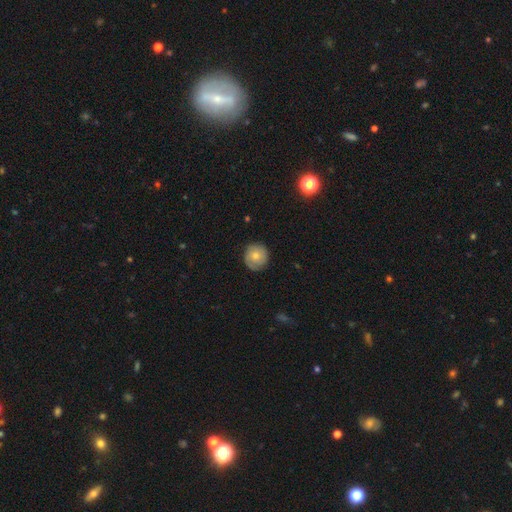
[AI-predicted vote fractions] Smooth or featured? smooth (65%)
How rounded? round (93%)
Merging? none (82%)